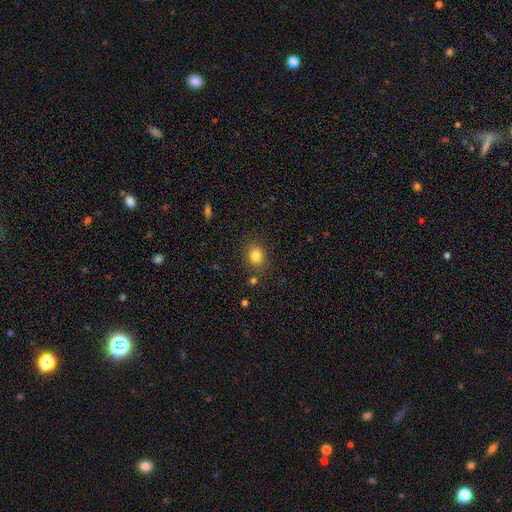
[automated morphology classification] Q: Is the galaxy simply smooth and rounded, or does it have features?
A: smooth — 82%.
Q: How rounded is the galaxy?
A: round — 55%.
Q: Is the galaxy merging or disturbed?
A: none — 83%.